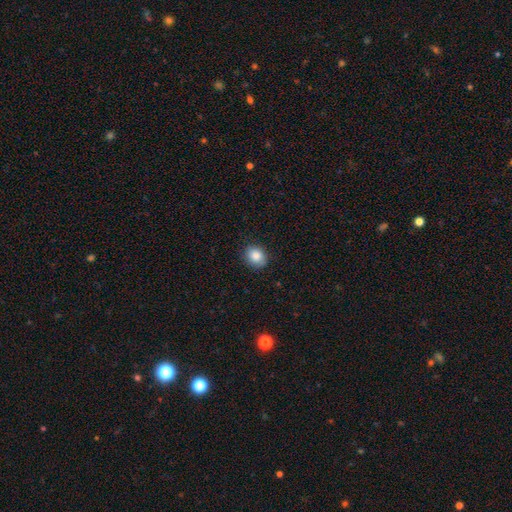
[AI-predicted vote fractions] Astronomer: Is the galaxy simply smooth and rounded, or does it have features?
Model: smooth — 85%.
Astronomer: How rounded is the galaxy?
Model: round — 63%.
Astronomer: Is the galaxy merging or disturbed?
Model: none — 85%.